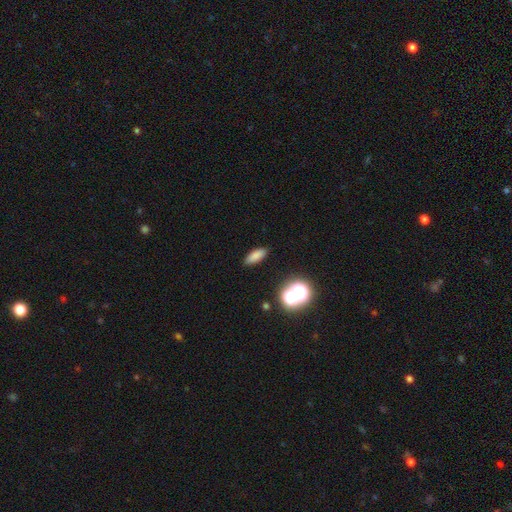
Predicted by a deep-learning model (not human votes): A smooth galaxy with no disk features (79%) that is in between round and cigar-shaped (70%). Merging: none (87%).